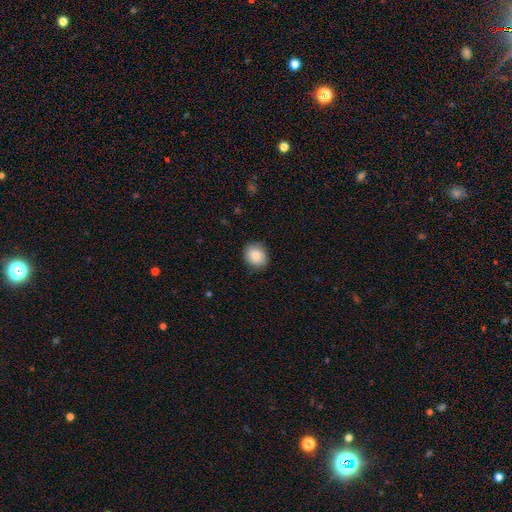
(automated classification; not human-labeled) Smooth or featured?
  - smooth: 86% *
  - star or artifact: 7%
  - featured or disk: 6%
How rounded?
  - round: 62% *
  - in between: 37%
  - cigar-shaped: 1%
Merging?
  - none: 85% *
  - minor disturbance: 11%
  - major disturbance: 3%
  - merger: 1%